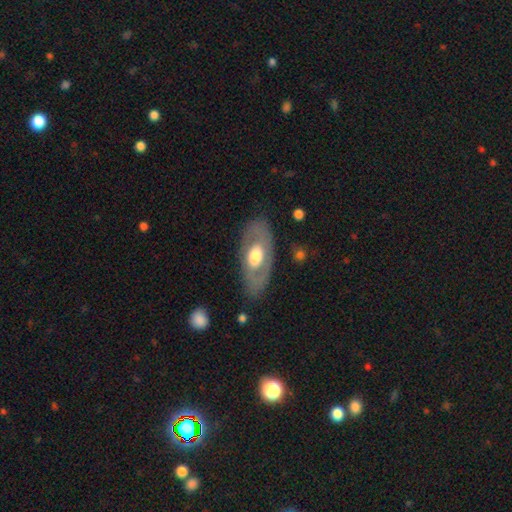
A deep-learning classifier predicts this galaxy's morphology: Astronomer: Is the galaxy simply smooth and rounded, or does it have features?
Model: featured or disk — 54% (runner-up: smooth, 41%).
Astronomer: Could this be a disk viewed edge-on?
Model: no — 86%.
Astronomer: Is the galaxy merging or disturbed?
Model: none — 78%.